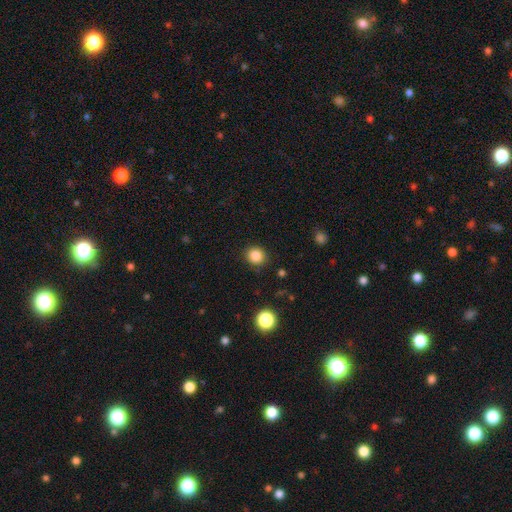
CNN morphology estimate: Smooth or featured?
  - smooth: 85% *
  - star or artifact: 11%
  - featured or disk: 4%
How rounded?
  - round: 85% *
  - in between: 15%
  - cigar-shaped: 1%
Merging?
  - none: 89% *
  - minor disturbance: 7%
  - major disturbance: 2%
  - merger: 1%